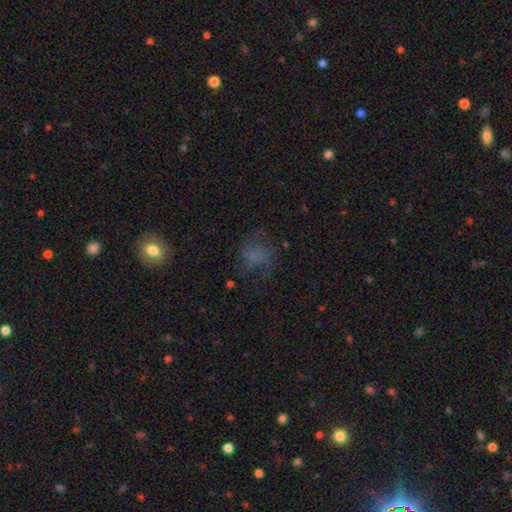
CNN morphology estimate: Smooth or featured? Predicted: smooth (p=0.54). How rounded? Predicted: round (p=0.62). Merging? Predicted: none (p=0.55).